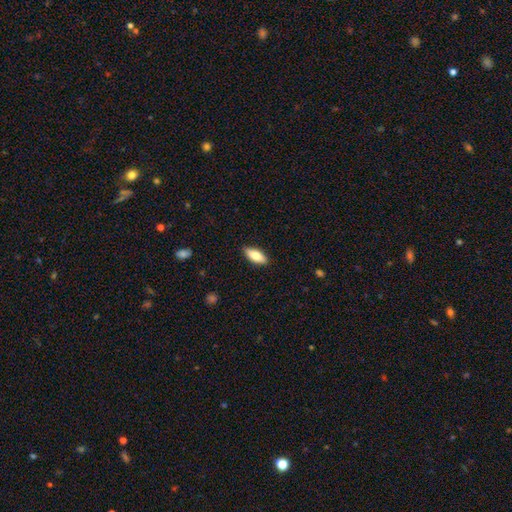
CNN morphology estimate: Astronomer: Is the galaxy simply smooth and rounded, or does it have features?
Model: smooth — 78%.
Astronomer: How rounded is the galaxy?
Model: in between — 79%.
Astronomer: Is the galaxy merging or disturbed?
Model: none — 89%.